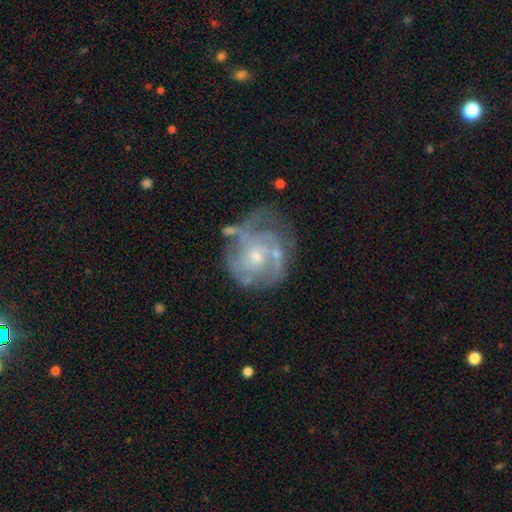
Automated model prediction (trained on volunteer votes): Morphology: type=featured or disk (79%); edge-on=no (98%); bar=no (74%); spiral arms=yes (82%); winding=tight (50%); arm count=can't tell (39%); bulge=small (51%); merging=none (51%).